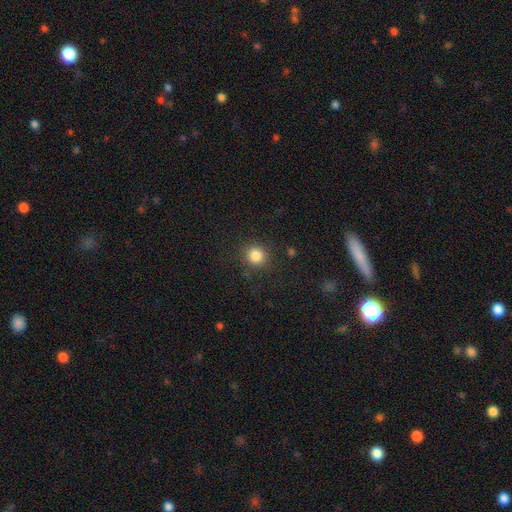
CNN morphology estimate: The model was most divided on "smooth or featured": smooth: 84%, star or artifact: 11%, featured or disk: 4%. More confident: how rounded — round (88%); merging — none (88%).